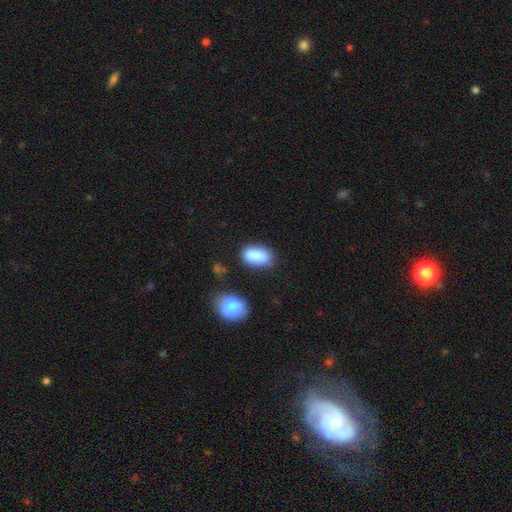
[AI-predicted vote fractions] The model was most divided on "merging": none: 70%, minor disturbance: 19%, merger: 6%, major disturbance: 5%. More confident: how rounded — in between (91%); smooth or featured — smooth (87%).